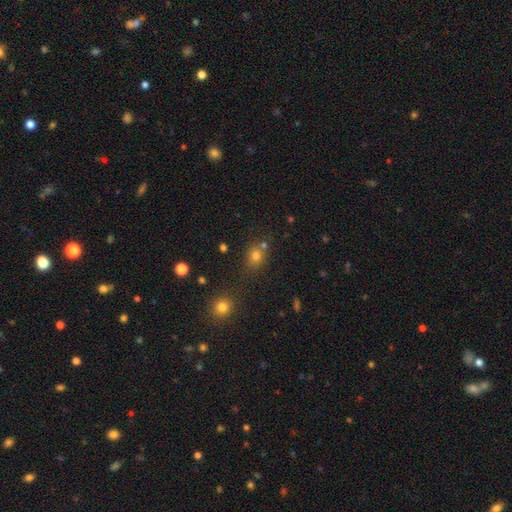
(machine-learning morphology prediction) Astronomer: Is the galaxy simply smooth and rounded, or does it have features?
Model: smooth — 73%.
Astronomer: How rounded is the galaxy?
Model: round — 65%.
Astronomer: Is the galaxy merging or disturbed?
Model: none — 67%.